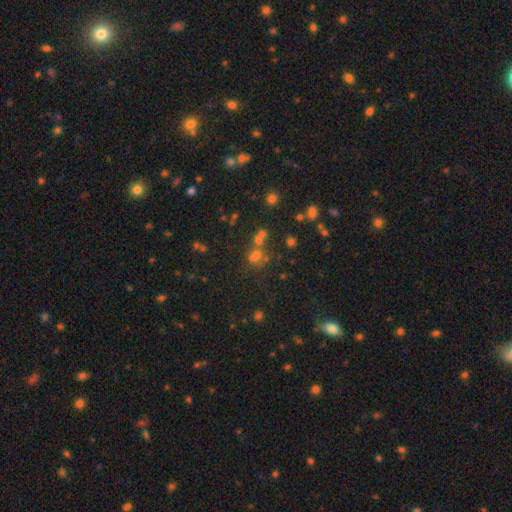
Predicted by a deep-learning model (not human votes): A smooth galaxy with no disk features (45%). Merging: none (52%).